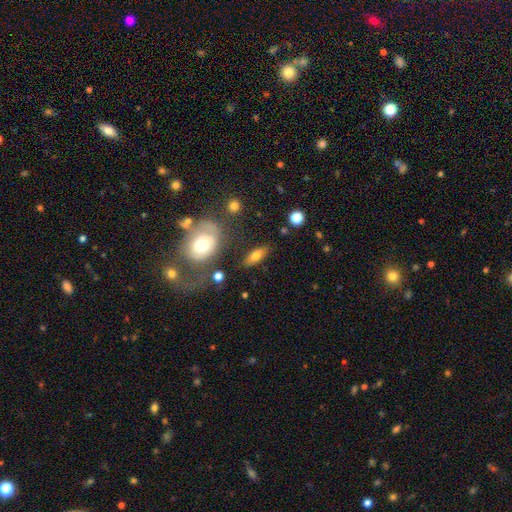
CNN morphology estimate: smooth-or-featured: smooth: 67% | featured or disk: 25% | star or artifact: 8%
  how-rounded: in between: 74% | cigar-shaped: 20% | round: 6%
  merging: none: 79% | minor disturbance: 12% | major disturbance: 4% | merger: 4%